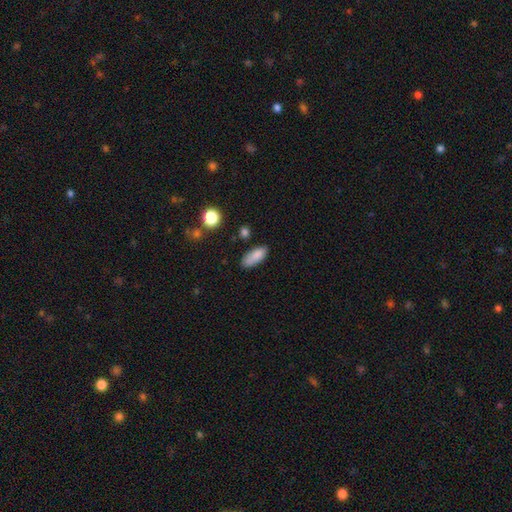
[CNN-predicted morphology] Overall: smooth (86%). How rounded: in between (79%). Merging: none (76%).